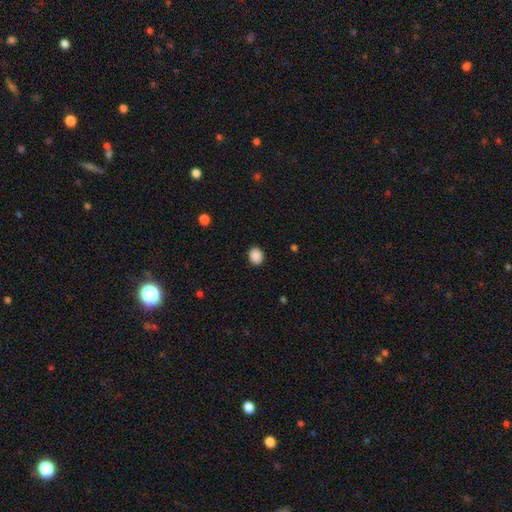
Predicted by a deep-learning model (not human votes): A smooth galaxy with no disk features (89%) that is round (57%).

Vote fractions:
- Smooth or featured? smooth: 89% / star or artifact: 8% / featured or disk: 2%
- How rounded? round: 57% / in between: 42% / cigar-shaped: 1%
- Merging? none: 90% / minor disturbance: 7% / major disturbance: 2% / merger: 1%